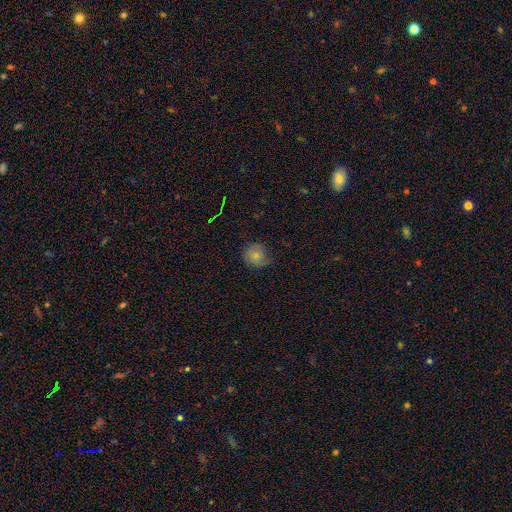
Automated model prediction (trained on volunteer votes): A smooth galaxy with no disk features (72%) that is round (83%).

Vote fractions:
- Smooth or featured? smooth: 72% / featured or disk: 18% / star or artifact: 10%
- How rounded? round: 83% / in between: 16% / cigar-shaped: 1%
- Merging? none: 66% / minor disturbance: 26% / major disturbance: 7% / merger: 1%